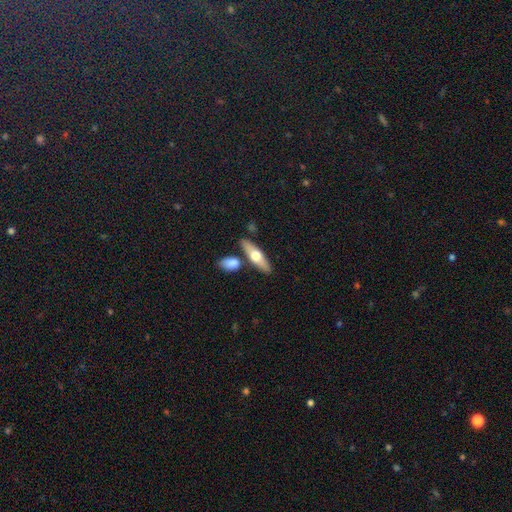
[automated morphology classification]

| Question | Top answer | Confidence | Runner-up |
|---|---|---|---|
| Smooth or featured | smooth | 49% | featured or disk (46%) |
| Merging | none | 76% | merger (12%) |